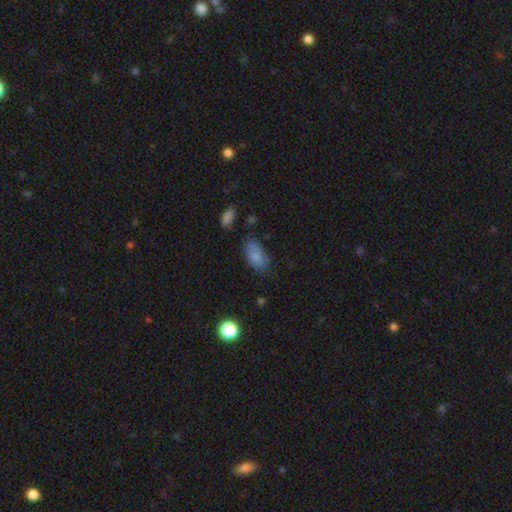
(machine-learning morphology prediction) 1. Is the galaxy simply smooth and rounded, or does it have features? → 81% smooth, 11% featured or disk, 9% star or artifact.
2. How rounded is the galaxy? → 92% in between, 4% round, 3% cigar-shaped.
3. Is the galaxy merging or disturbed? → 65% none, 24% minor disturbance, 7% major disturbance, 4% merger.